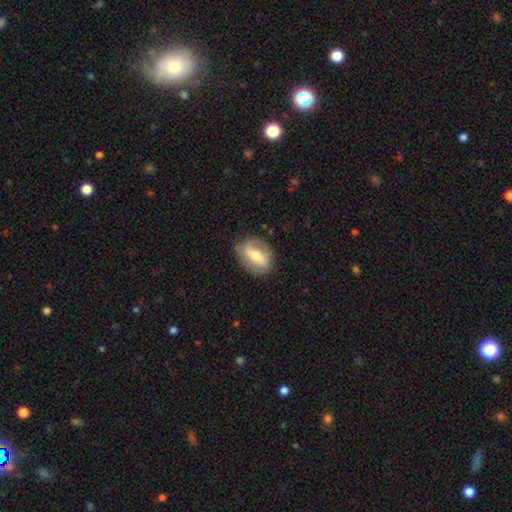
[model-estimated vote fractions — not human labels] This is possibly a featured or disk galaxy (55%). It is clearly not viewed edge-on (87%). Merging: likely none (79%).